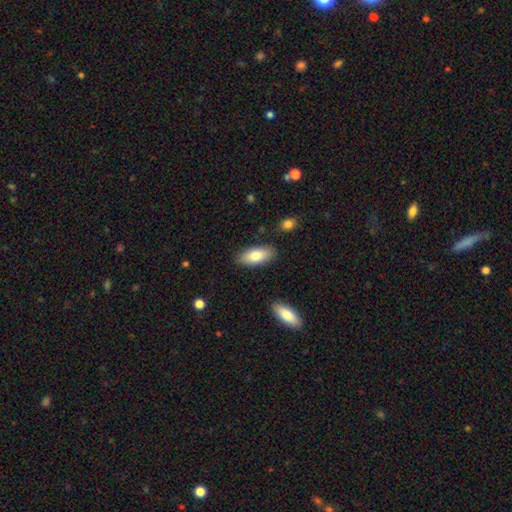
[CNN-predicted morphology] Q: Smooth or featured?
A: smooth (81%); runner-up: featured or disk (13%)
Q: How rounded?
A: in between (87%); runner-up: cigar-shaped (11%)
Q: Merging?
A: none (86%); runner-up: minor disturbance (10%)